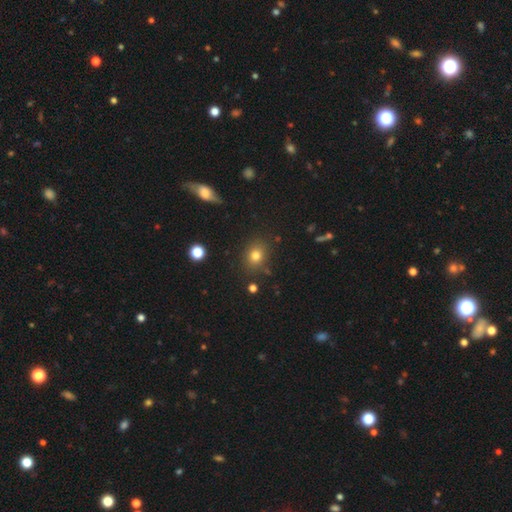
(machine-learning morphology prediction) Smooth or featured?
  - smooth: 79% *
  - star or artifact: 14%
  - featured or disk: 8%
How rounded?
  - round: 57% *
  - in between: 41%
  - cigar-shaped: 1%
Merging?
  - none: 83% *
  - minor disturbance: 11%
  - major disturbance: 3%
  - merger: 3%